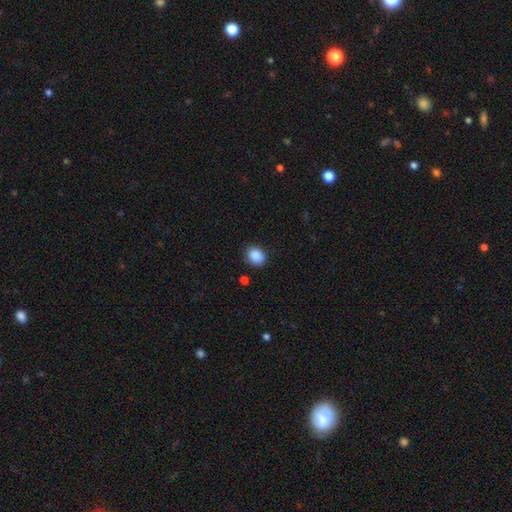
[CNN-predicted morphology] A smooth galaxy with no disk features (88%) that is in between round and cigar-shaped (51%). Merging: none (84%).